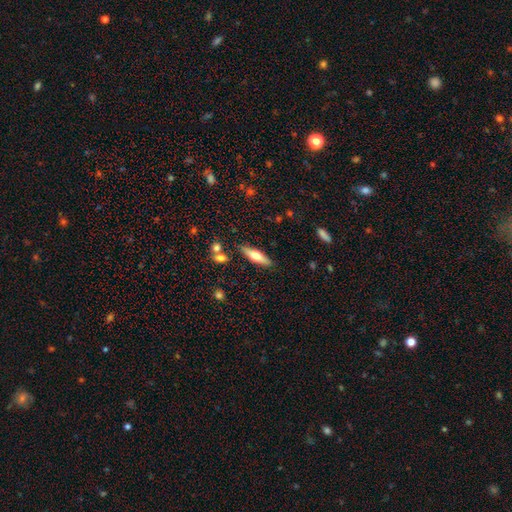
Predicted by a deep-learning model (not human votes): smooth_or_featured: smooth (p=0.49) [alt: featured or disk p=0.45]
merging: none (p=0.85) [alt: minor disturbance p=0.09]